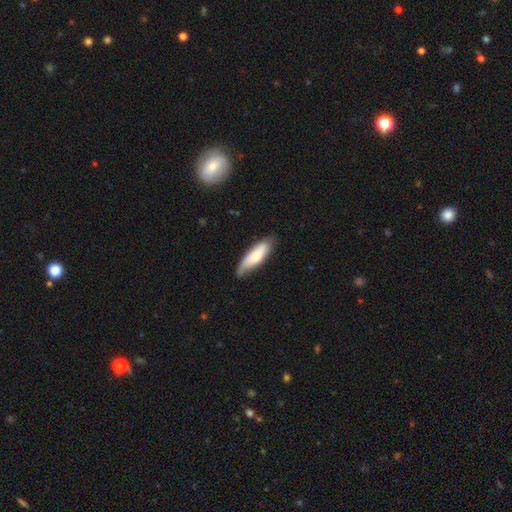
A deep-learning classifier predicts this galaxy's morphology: Smooth or featured? smooth (69%)
How rounded? cigar-shaped (50%)
Merging? none (66%)